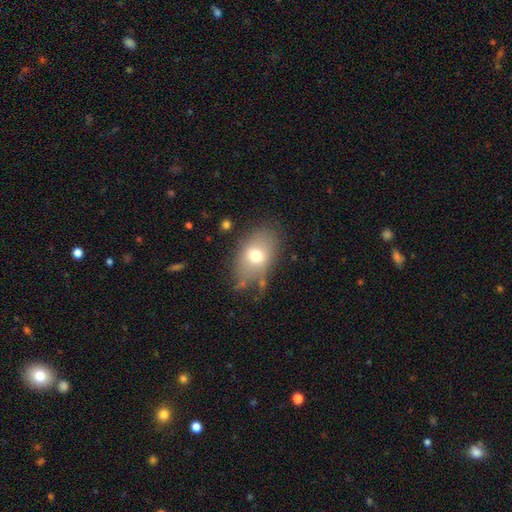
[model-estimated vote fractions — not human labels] Morphology: type=smooth (69%); roundness=in between (83%); merging=none (65%).